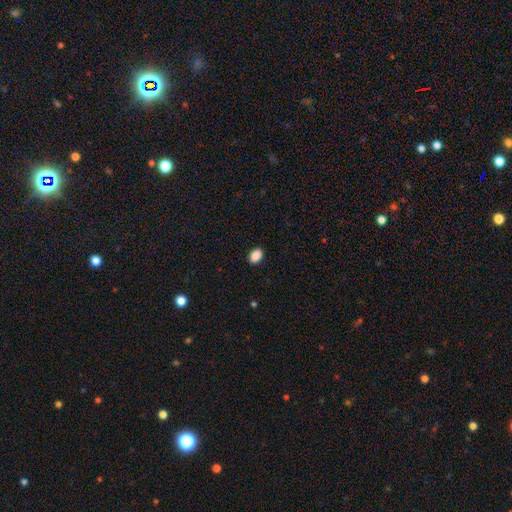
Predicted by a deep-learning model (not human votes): Smooth or featured? smooth (89%)
How rounded? in between (82%)
Merging? none (90%)